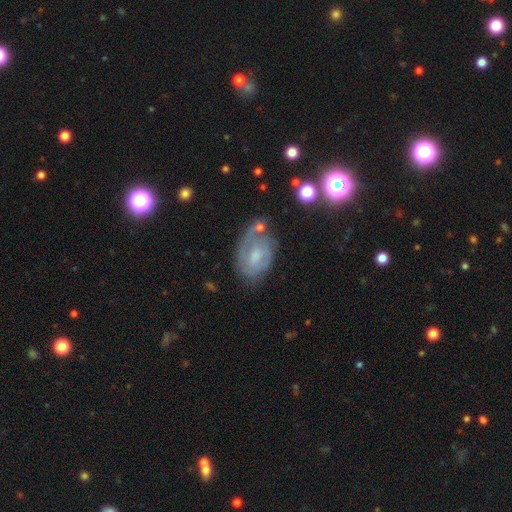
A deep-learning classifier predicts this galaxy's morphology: This appears to be a featured or disk galaxy (62%) with no bar (50%), spiral arms (79%) and a moderate central bulge (43%). Merging: none (56%).